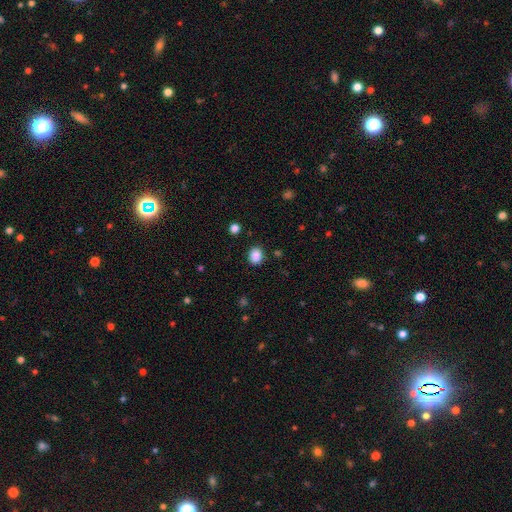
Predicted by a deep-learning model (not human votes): The model was most divided on "how rounded": round: 57%, in between: 42%, cigar-shaped: 1%. More confident: smooth or featured — smooth (88%); merging — none (87%).